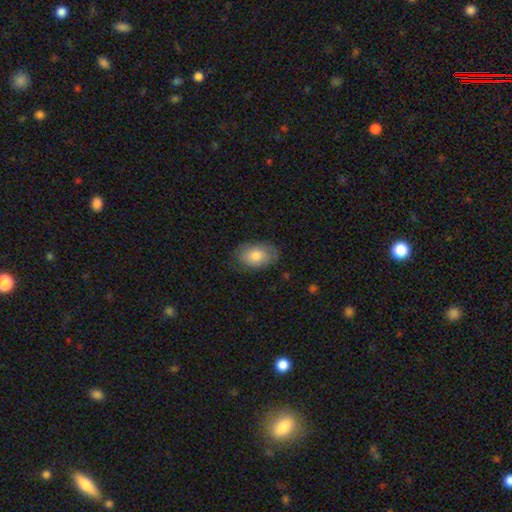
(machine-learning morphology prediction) The model was most divided on "merging": none: 75%, minor disturbance: 19%, major disturbance: 5%, merger: 1%. More confident: how rounded — in between (88%); smooth or featured — smooth (77%).